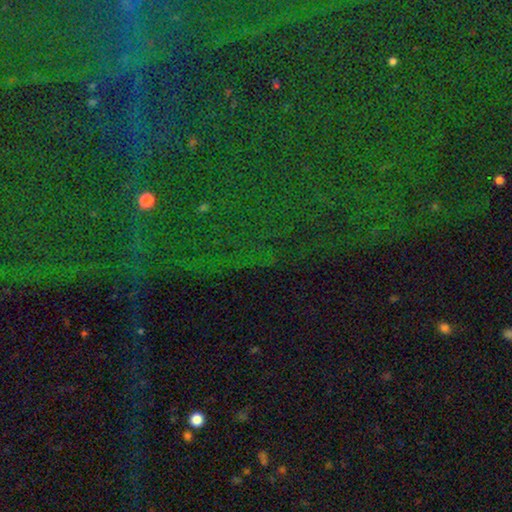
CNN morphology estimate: A star or artifact, not a galaxy (81%).

Vote fractions:
- Smooth or featured? star or artifact: 81% / smooth: 10% / featured or disk: 9%